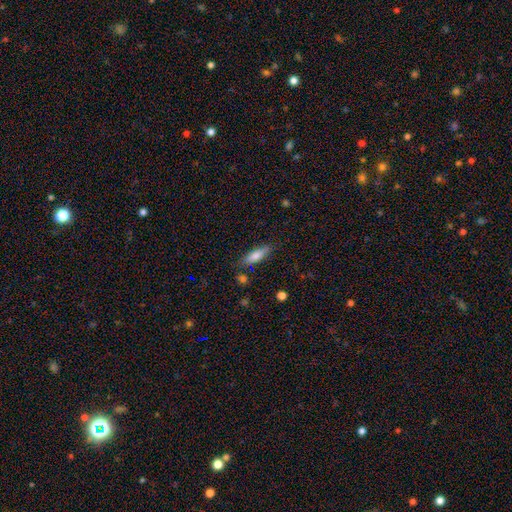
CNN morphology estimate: Q: Smooth or featured?
A: smooth (71%); runner-up: featured or disk (22%)
Q: How rounded?
A: cigar-shaped (58%); runner-up: in between (40%)
Q: Merging?
A: none (79%); runner-up: minor disturbance (14%)